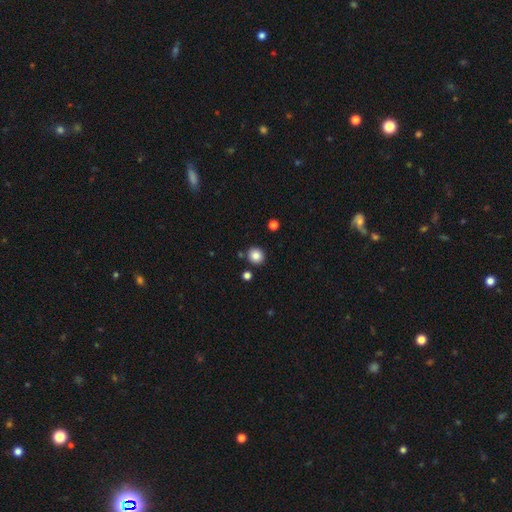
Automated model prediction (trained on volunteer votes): smooth_or_featured: smooth (p=0.85) [alt: star or artifact p=0.10]
how_rounded: round (p=0.86) [alt: in between p=0.14]
merging: none (p=0.86) [alt: minor disturbance p=0.07]